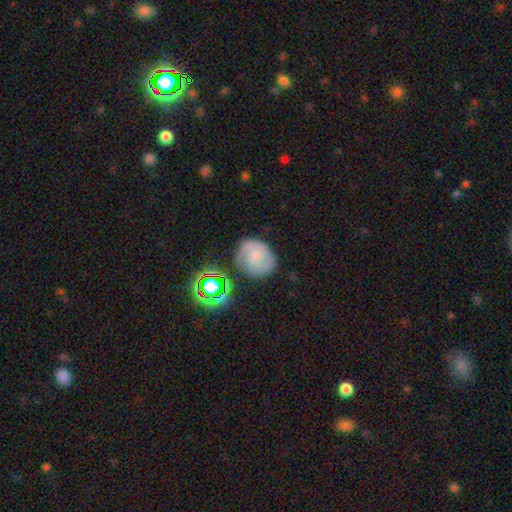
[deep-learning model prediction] Smooth or featured? featured or disk (43%, tied with smooth)
Merging? none (65%)